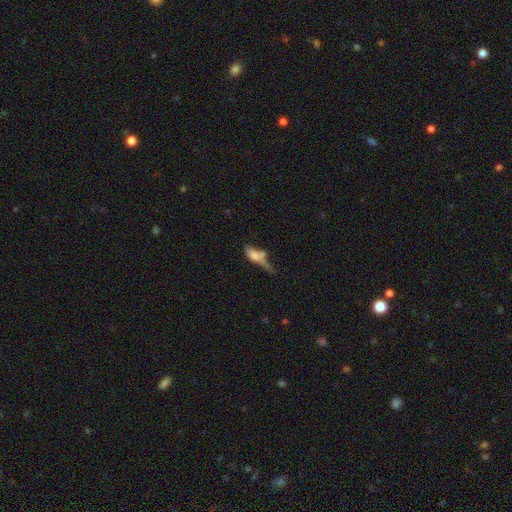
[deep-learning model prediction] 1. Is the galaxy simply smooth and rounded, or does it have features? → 61% smooth, 28% featured or disk, 11% star or artifact.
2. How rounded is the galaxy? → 65% in between, 30% cigar-shaped, 5% round.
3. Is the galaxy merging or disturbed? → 34% merger, 25% major disturbance, 21% none, 20% minor disturbance.